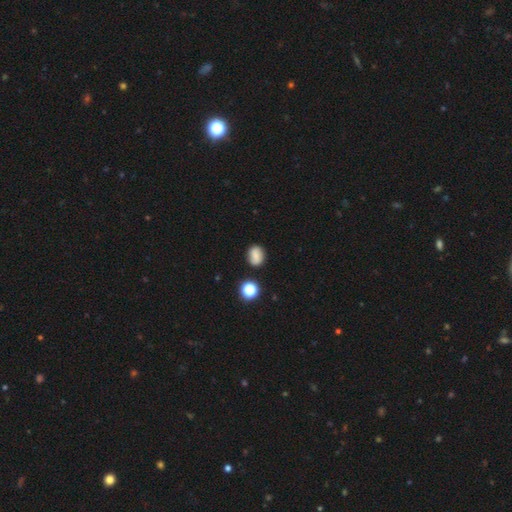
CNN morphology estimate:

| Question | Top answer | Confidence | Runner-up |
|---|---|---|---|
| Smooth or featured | smooth | 76% | star or artifact (12%) |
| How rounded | in between | 56% | round (42%) |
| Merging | none | 78% | minor disturbance (14%) |